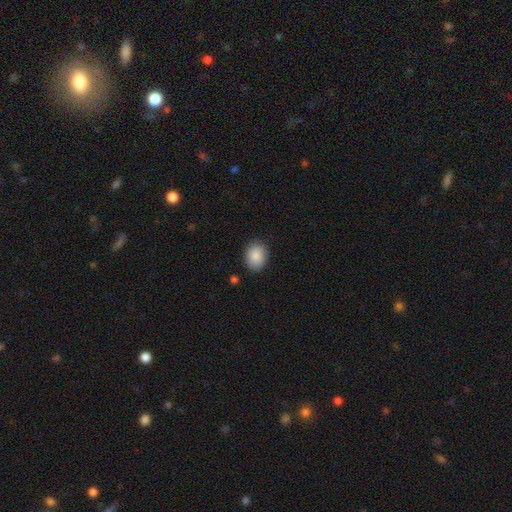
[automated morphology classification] smooth_or_featured: smooth (p=0.88) [alt: star or artifact p=0.07]
how_rounded: in between (p=0.54) [alt: round p=0.45]
merging: none (p=0.87) [alt: minor disturbance p=0.10]